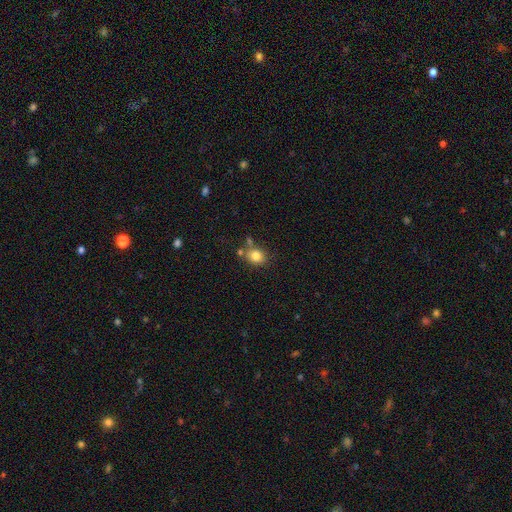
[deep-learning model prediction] A smooth galaxy with no disk features (82%) that is round (58%). Merging: none (66%).